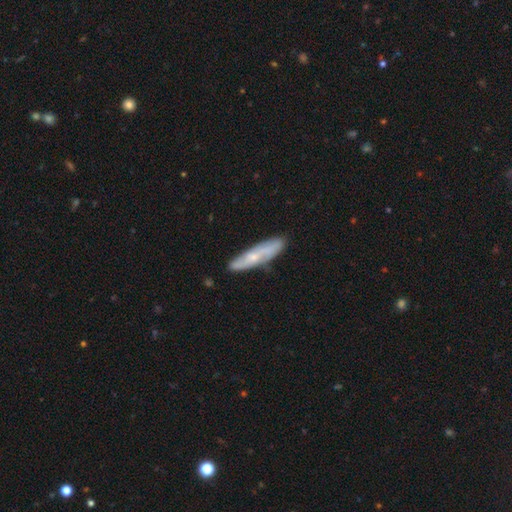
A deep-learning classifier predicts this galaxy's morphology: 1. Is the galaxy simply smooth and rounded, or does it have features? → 51% featured or disk, 42% smooth, 7% star or artifact.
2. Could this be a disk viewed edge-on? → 50% no (tied), 50% yes (tied).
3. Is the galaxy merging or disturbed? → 83% none, 13% minor disturbance, 2% major disturbance, 2% merger.